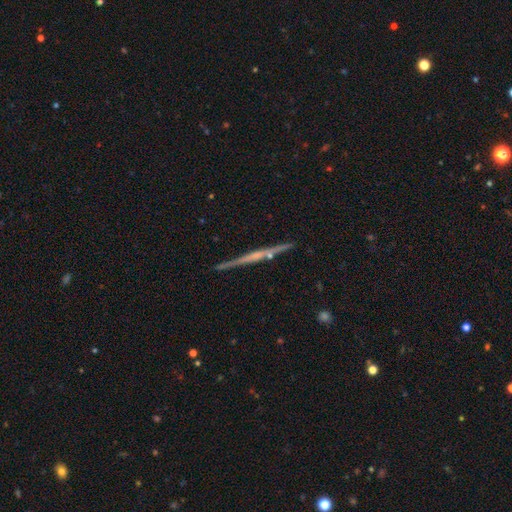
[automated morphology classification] featured or disk 77%, smooth 16%, star or artifact 7%. Down the decision tree: edge-on disk — yes (98%); edge-on bulge — none (46%); merging — none (90%).